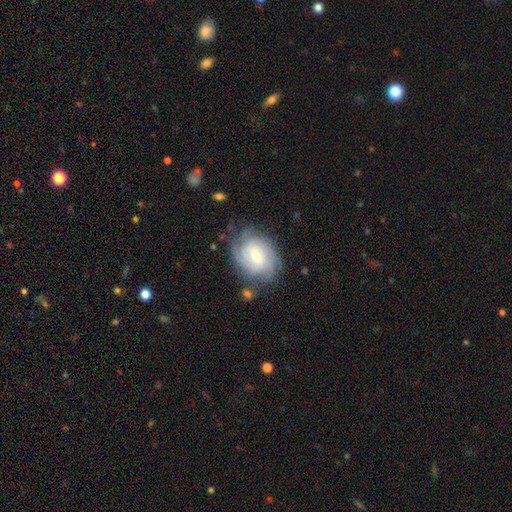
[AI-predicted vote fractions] Smooth or featured? featured or disk (71%)
Edge-on disk? no (97%)
Bar? weak (50%)
Spiral arms? yes (90%)
Spiral winding? tight (61%)
Spiral arm count? can't tell (42%)
Bulge size? small (54%)
Merging? none (69%)